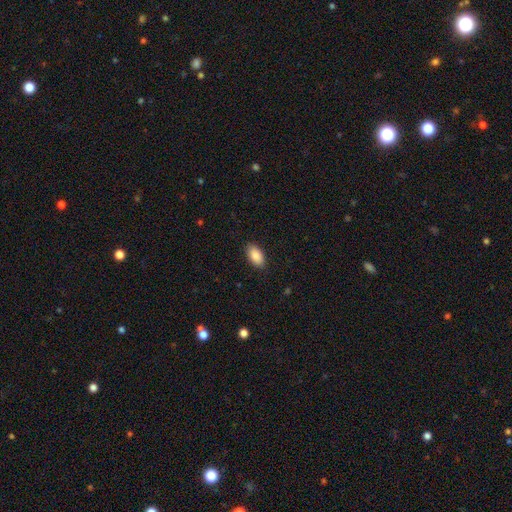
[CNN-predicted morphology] Smooth or featured: smooth — 88% (star or artifact — 7%)
How rounded: in between — 94% (round — 4%)
Merging: none — 88% (minor disturbance — 9%)